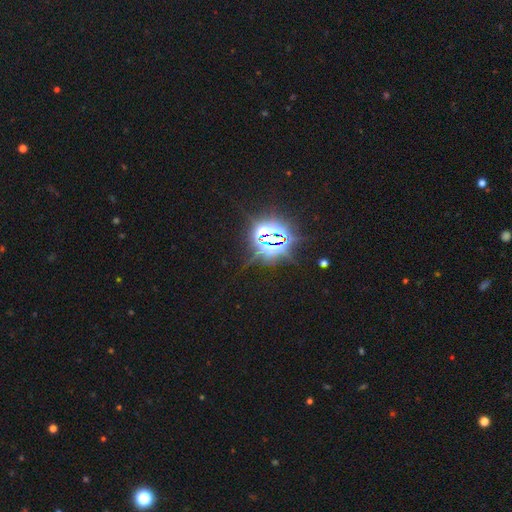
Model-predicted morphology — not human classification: Smooth or featured? star or artifact (85%)